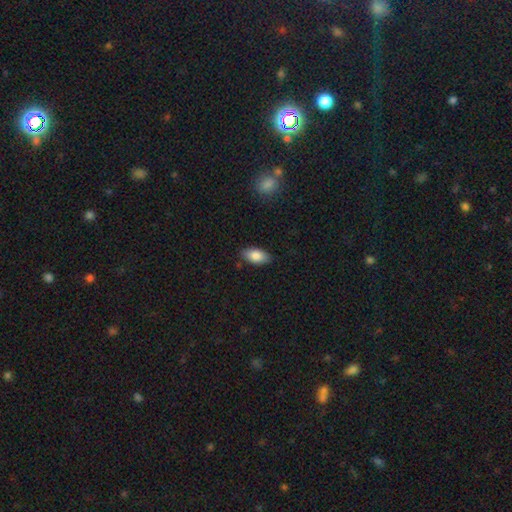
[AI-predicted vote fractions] Smooth or featured? Predicted: smooth (p=0.83). How rounded? Predicted: in between (p=0.92). Merging? Predicted: none (p=0.85).